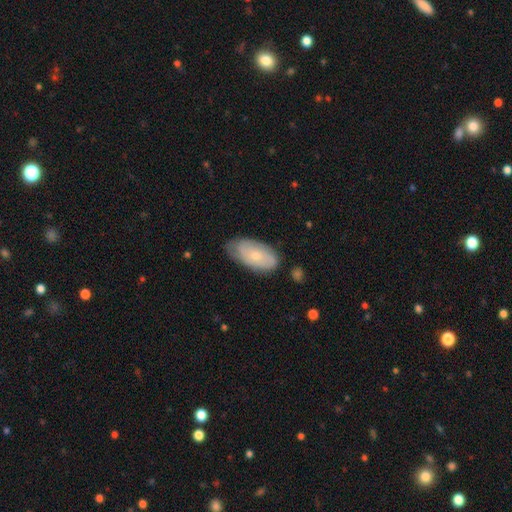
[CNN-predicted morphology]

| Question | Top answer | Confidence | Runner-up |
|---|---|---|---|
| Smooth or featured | smooth | 57% | featured or disk (36%) |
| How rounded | in between | 93% | cigar-shaped (4%) |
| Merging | none | 63% | minor disturbance (29%) |